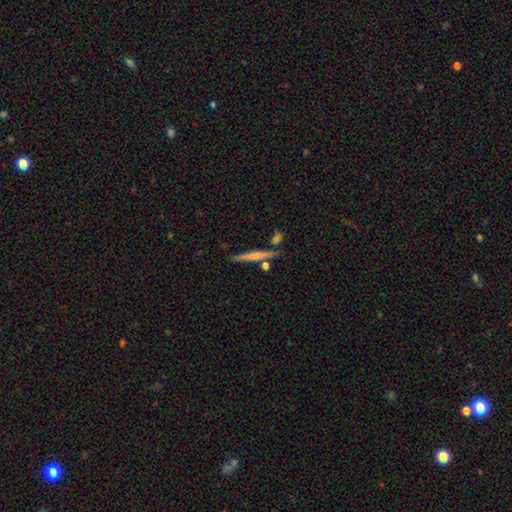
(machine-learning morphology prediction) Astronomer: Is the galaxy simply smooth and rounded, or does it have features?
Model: smooth — 47%, tied with featured or disk at 47%.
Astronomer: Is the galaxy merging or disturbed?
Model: none — 78%.